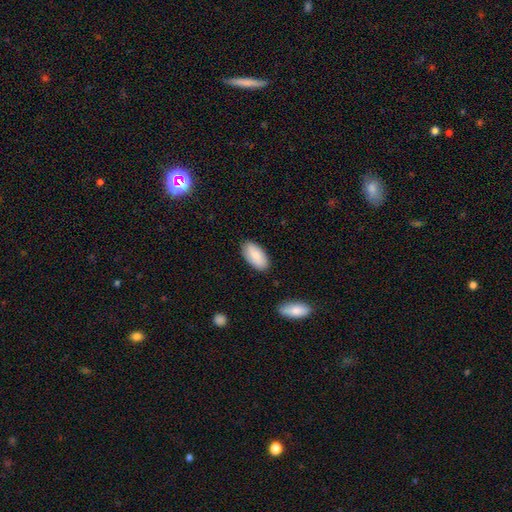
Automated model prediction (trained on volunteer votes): Smooth or featured?
  - smooth: 84% *
  - featured or disk: 10%
  - star or artifact: 6%
How rounded?
  - in between: 93% *
  - cigar-shaped: 5%
  - round: 2%
Merging?
  - none: 84% *
  - minor disturbance: 12%
  - major disturbance: 2%
  - merger: 2%